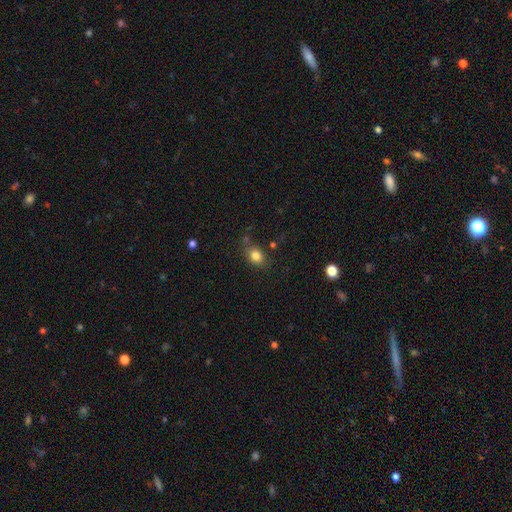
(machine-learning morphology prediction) Overall: smooth (81%). How rounded: in between (60%; round 39%). Merging: none (70%).